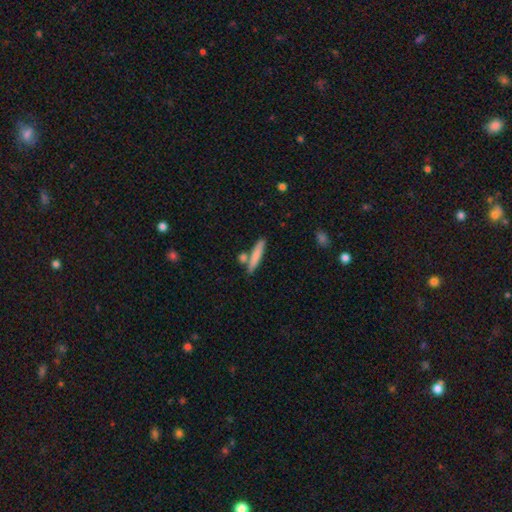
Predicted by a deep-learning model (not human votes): A smooth galaxy with no disk features (76%) that is cigar-shaped (87%).

Vote fractions:
- Smooth or featured? smooth: 76% / featured or disk: 17% / star or artifact: 6%
- How rounded? cigar-shaped: 87% / in between: 10% / round: 3%
- Merging? none: 72% / merger: 14% / minor disturbance: 11% / major disturbance: 3%